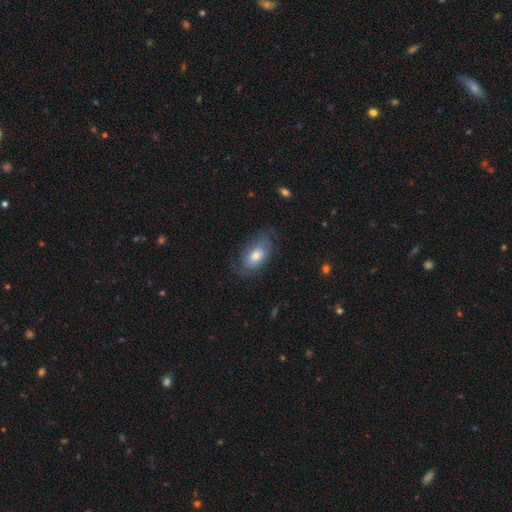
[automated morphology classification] Overall: smooth (56%; featured or disk 37%). How rounded: in between (90%). Merging: none (66%).